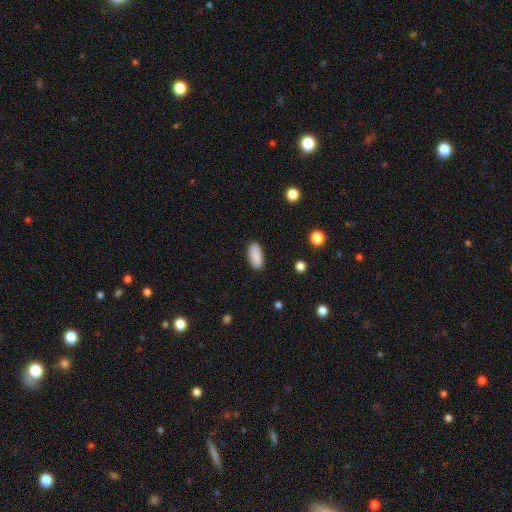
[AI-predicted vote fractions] smooth 90%, star or artifact 7%, featured or disk 4%. Down the decision tree: how rounded — in between (89%); merging — none (88%).